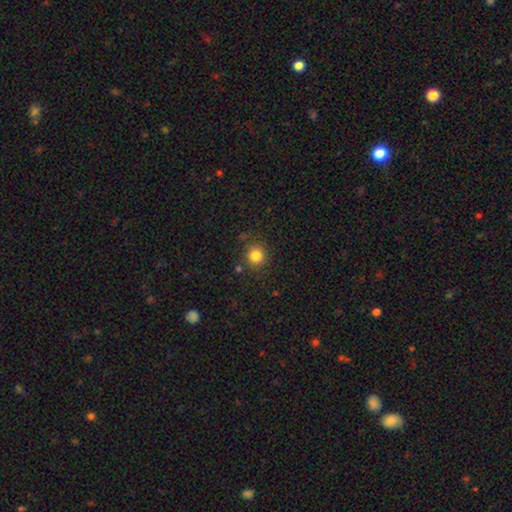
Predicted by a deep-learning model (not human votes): Smooth or featured: smooth — 83% (star or artifact — 12%)
How rounded: round — 91% (in between — 8%)
Merging: none — 85% (minor disturbance — 9%)